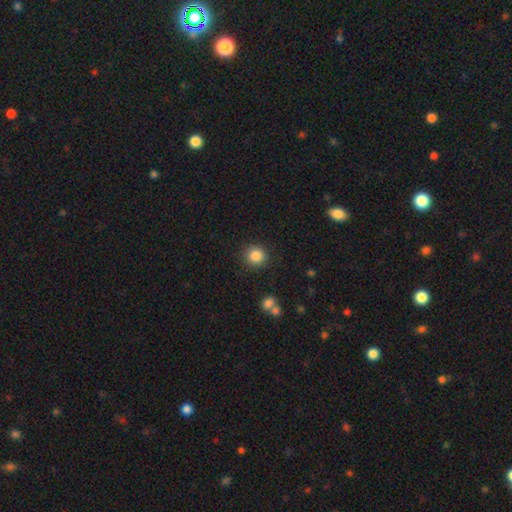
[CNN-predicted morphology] smooth 85%, star or artifact 10%, featured or disk 4%. Down the decision tree: how rounded — round (91%); merging — none (89%).